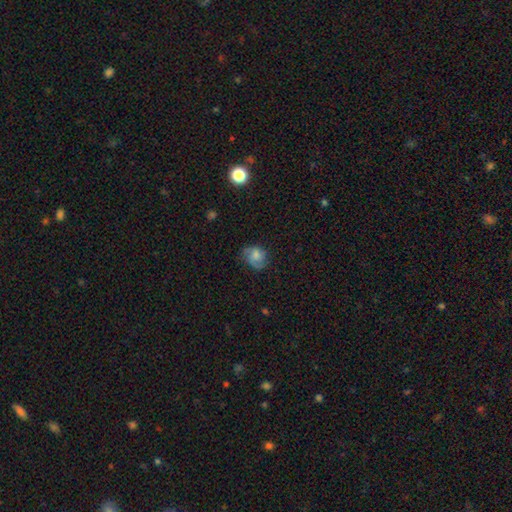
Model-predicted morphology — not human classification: A smooth galaxy with no disk features (54%) that is round (58%).

Vote fractions:
- Smooth or featured? smooth: 54% / featured or disk: 36% / star or artifact: 10%
- How rounded? round: 58% / in between: 41% / cigar-shaped: 1%
- Merging? none: 59% / minor disturbance: 27% / major disturbance: 12% / merger: 2%